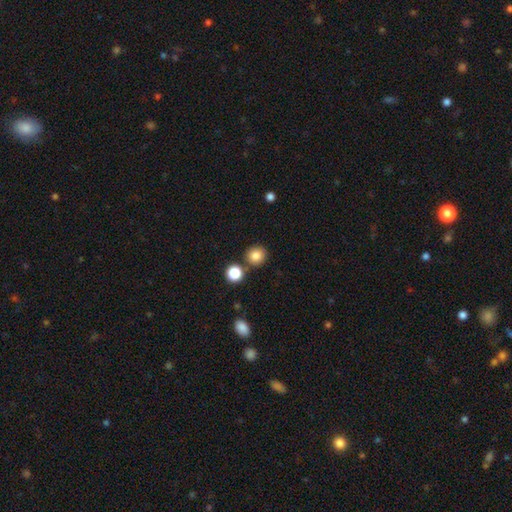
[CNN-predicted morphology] type=smooth (83%); roundness=round (91%); merging=none (81%).